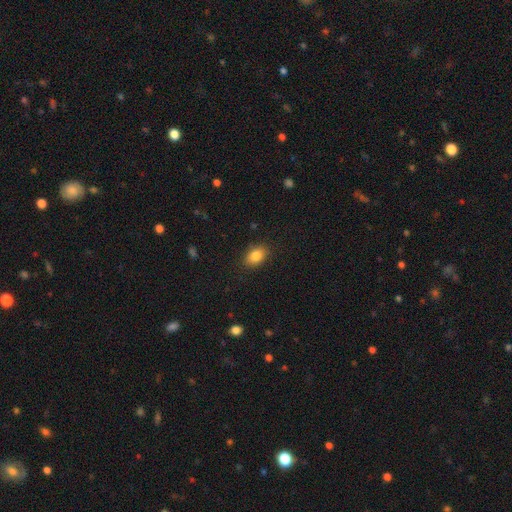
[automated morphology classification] Smooth or featured: smooth — 84% (star or artifact — 9%)
How rounded: in between — 79% (round — 20%)
Merging: none — 86% (minor disturbance — 10%)